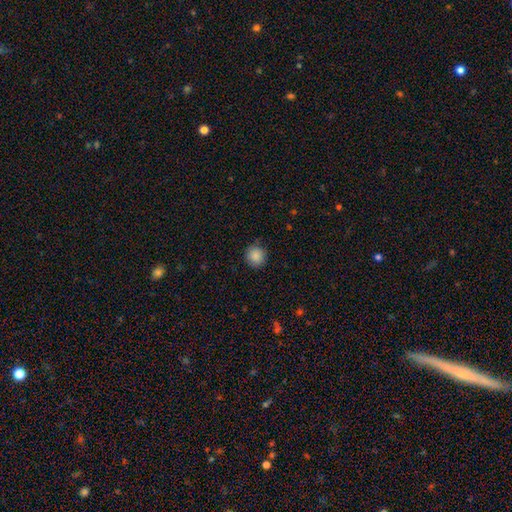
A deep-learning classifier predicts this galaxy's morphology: smooth 87%, star or artifact 9%, featured or disk 4%. Down the decision tree: how rounded — round (91%); merging — none (86%).